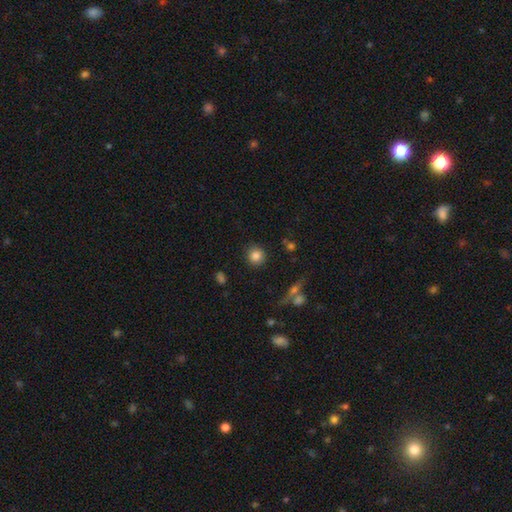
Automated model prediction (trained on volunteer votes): Smooth or featured? Predicted: smooth (p=0.84). How rounded? Predicted: round (p=0.92). Merging? Predicted: none (p=0.88).